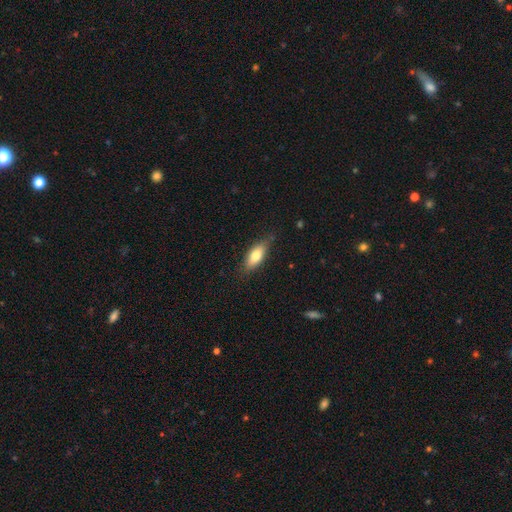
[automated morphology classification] This is likely a smooth galaxy (73%). How rounded: likely in between (75%). Merging: likely none (78%).